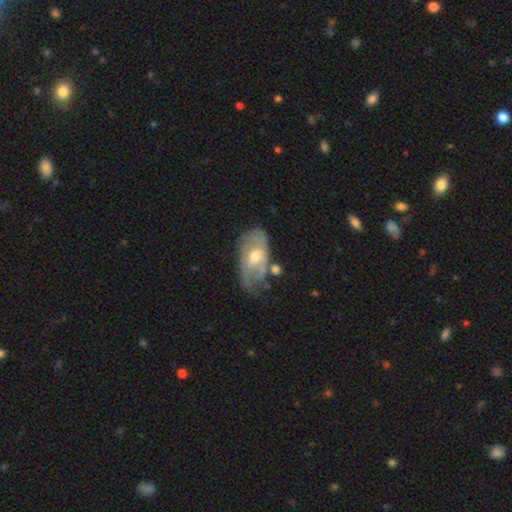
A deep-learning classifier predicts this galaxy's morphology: Smooth or featured? featured or disk (68%)
Edge-on disk? no (92%)
Bar? no (49%)
Spiral arms? yes (70%)
Bulge size? moderate (70%)
Merging? none (45%)